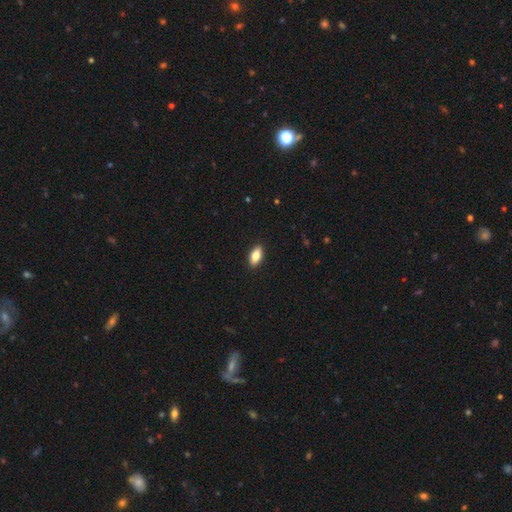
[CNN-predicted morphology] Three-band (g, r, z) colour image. It shows a smooth galaxy with no disk features (80%) that is in between round and cigar-shaped (88%). Merging: none (90%).